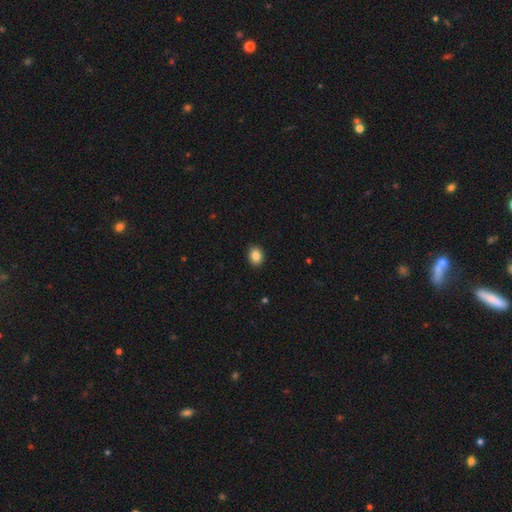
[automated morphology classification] Smooth or featured? Predicted: smooth (p=0.86). How rounded? Predicted: round (p=0.50). Merging? Predicted: none (p=0.91).